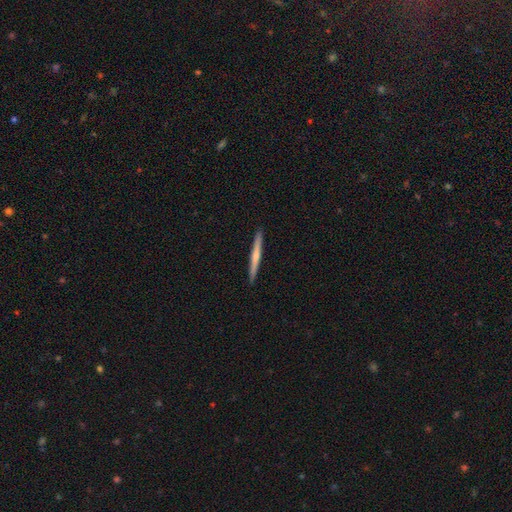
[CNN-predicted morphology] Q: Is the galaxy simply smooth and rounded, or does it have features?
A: featured or disk — 49%.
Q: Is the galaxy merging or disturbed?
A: none — 93%.